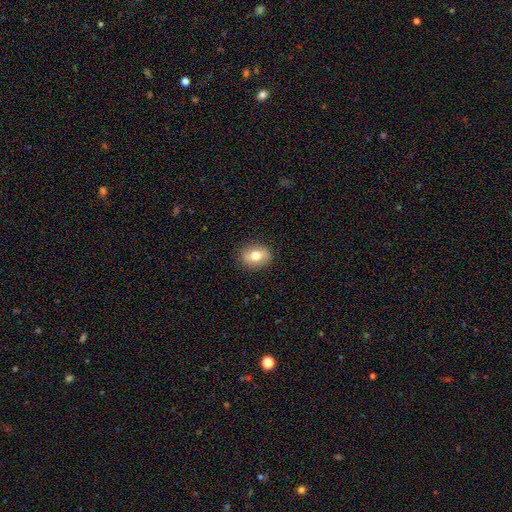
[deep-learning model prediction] Morphology: type=smooth (72%); roundness=in between (51%); merging=none (87%).